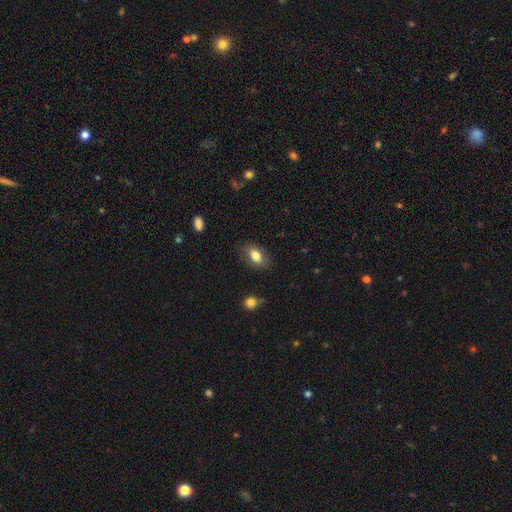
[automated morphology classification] This is clearly a smooth galaxy (80%). How rounded: clearly in between (85%). Merging: clearly none (81%).